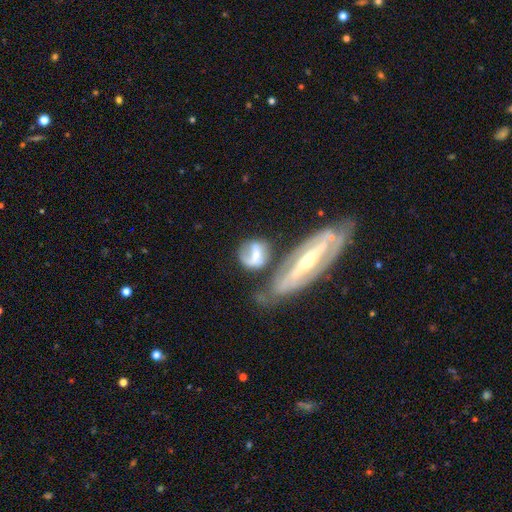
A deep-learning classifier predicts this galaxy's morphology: A featured or disk galaxy (54%). Merging: none (40%).